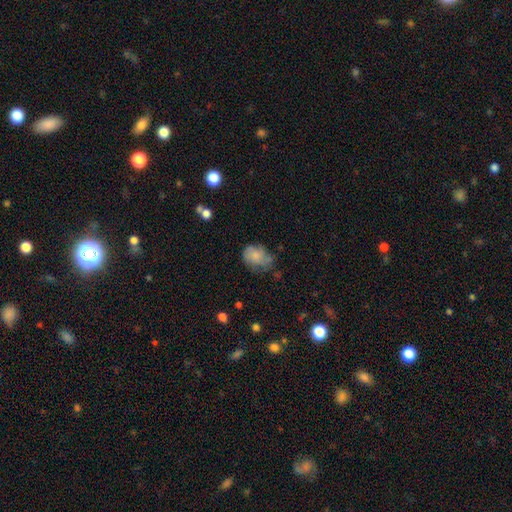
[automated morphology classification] A smooth galaxy with no disk features (68%) that is in between round and cigar-shaped (57%). Merging: none (45%).